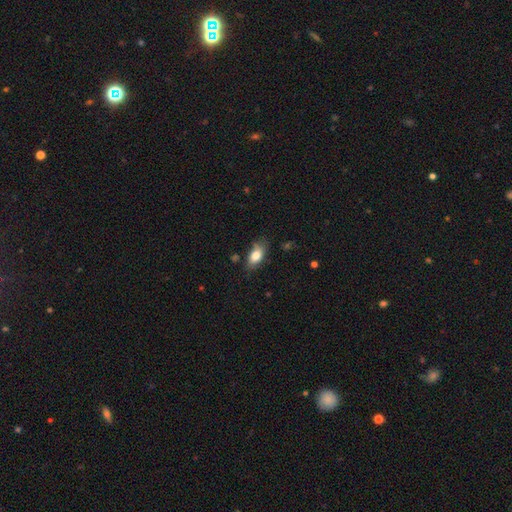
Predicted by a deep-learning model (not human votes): Smooth or featured? Predicted: smooth (p=0.79). How rounded? Predicted: in between (p=0.87). Merging? Predicted: none (p=0.66).